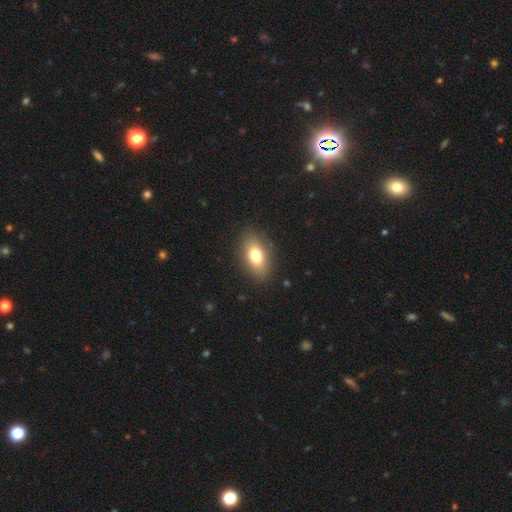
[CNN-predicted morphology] This is likely a smooth galaxy (75%). How rounded: clearly in between (87%). Merging: clearly none (88%).